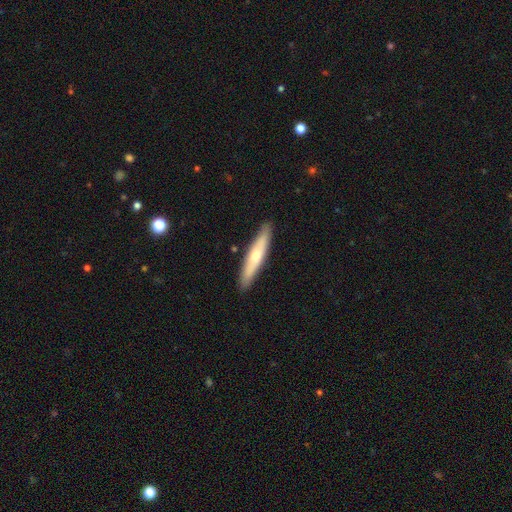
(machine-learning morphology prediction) Smooth or featured: smooth — 51% (featured or disk — 43%)
How rounded: cigar-shaped — 88% (in between — 11%)
Merging: none — 89% (minor disturbance — 8%)